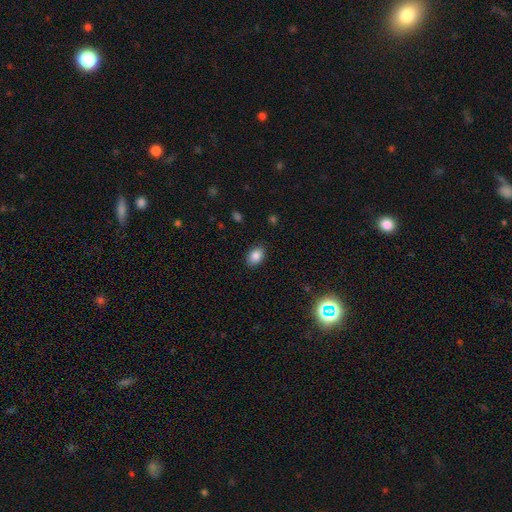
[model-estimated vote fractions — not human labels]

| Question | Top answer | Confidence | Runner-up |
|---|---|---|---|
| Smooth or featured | smooth | 87% | star or artifact (8%) |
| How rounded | in between | 84% | round (14%) |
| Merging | none | 88% | minor disturbance (9%) |